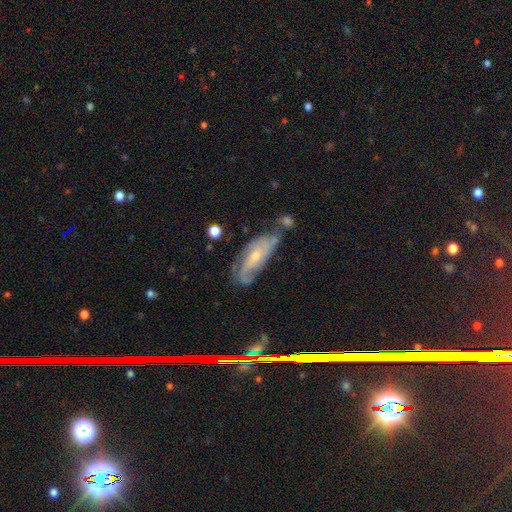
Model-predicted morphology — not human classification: smooth_or_featured: featured or disk (p=0.70) [alt: smooth p=0.21]
disk_edge_on: no (p=0.87) [alt: yes p=0.13]
bar: no (p=0.61) [alt: weak p=0.32]
has_spiral_arms: yes (p=0.89) [alt: no p=0.11]
spiral_winding: medium (p=0.41) [alt: tight p=0.35]
spiral_arm_count: 2 (p=0.48) [alt: can't tell p=0.28]
bulge_size: small (p=0.53) [alt: moderate p=0.40]
merging: none (p=0.48) [alt: minor disturbance p=0.28]